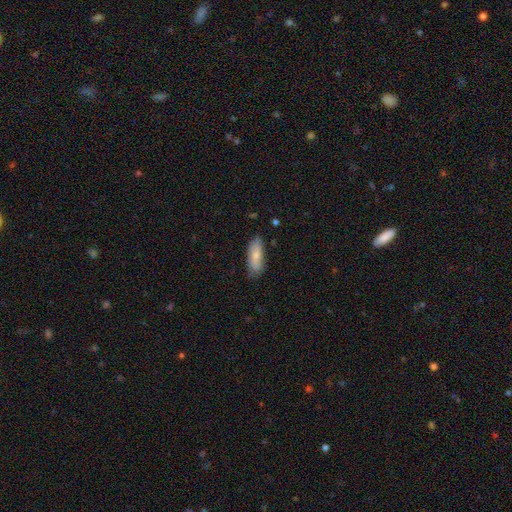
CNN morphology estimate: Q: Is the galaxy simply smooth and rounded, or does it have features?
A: smooth — 76%.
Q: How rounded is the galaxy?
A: in between — 65%.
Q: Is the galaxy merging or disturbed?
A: none — 76%.